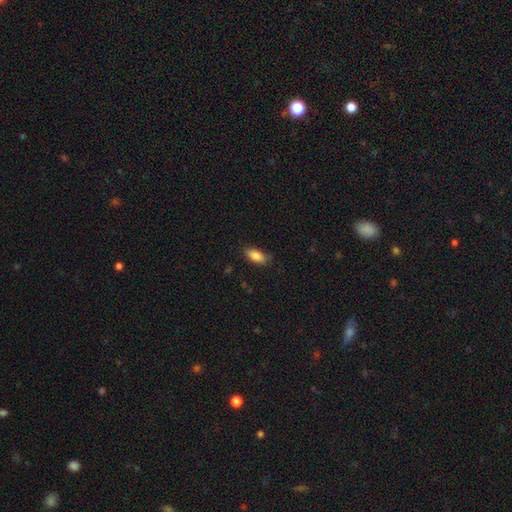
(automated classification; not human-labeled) Morphology: type=smooth (86%); roundness=in between (88%); merging=none (79%).